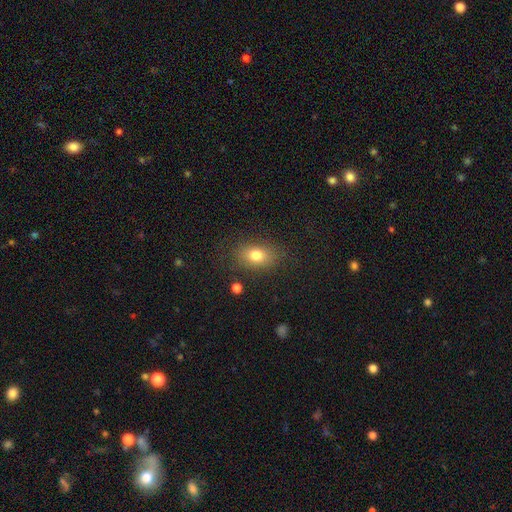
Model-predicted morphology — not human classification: This is likely a smooth galaxy (78%). How rounded: likely in between (79%). Merging: clearly none (80%).